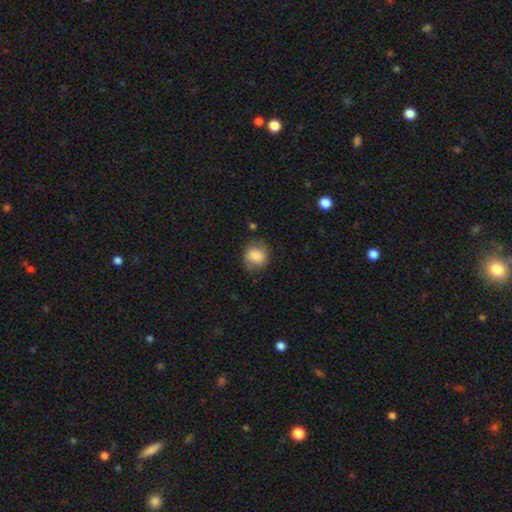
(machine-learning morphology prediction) Q: Smooth or featured?
A: smooth (80%); runner-up: featured or disk (12%)
Q: How rounded?
A: round (73%); runner-up: in between (26%)
Q: Merging?
A: none (71%); runner-up: minor disturbance (21%)